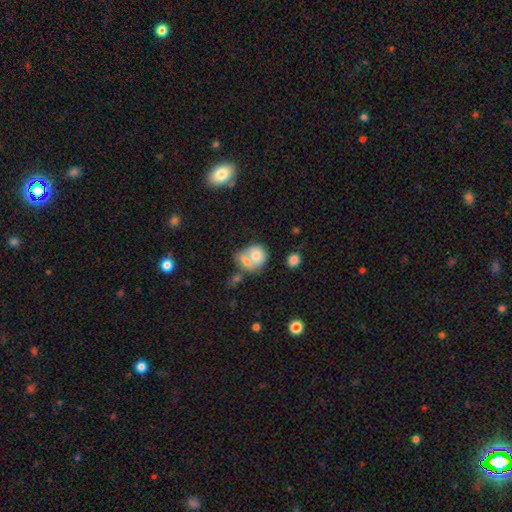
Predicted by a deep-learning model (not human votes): A smooth galaxy with no disk features (72%) that is round (67%).

Vote fractions:
- Smooth or featured? smooth: 72% / featured or disk: 20% / star or artifact: 8%
- How rounded? round: 67% / in between: 31% / cigar-shaped: 1%
- Merging? merger: 59% / none: 26% / minor disturbance: 10% / major disturbance: 6%